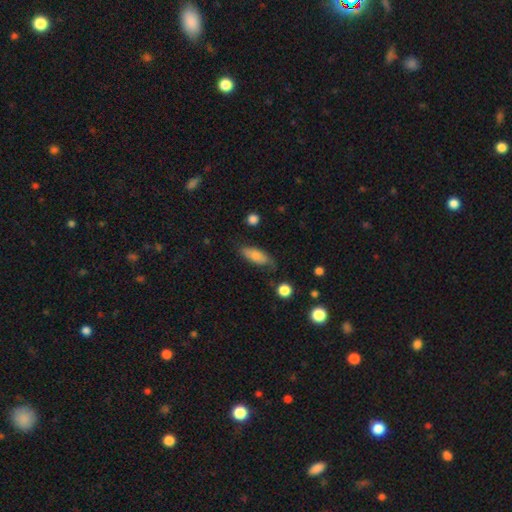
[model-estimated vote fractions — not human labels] Smooth or featured? Predicted: smooth (p=0.70). How rounded? Predicted: in between (p=0.80). Merging? Predicted: none (p=0.59).